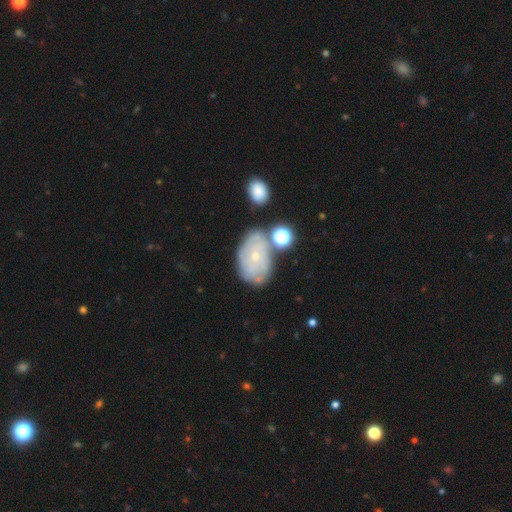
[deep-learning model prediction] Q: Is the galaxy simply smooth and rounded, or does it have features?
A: featured or disk — 61%.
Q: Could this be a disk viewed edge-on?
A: no — 95%.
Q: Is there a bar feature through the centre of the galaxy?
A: no — 85%.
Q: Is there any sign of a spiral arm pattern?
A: yes — 67%.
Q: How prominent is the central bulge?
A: small — 76%.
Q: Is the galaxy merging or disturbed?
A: none — 58%.